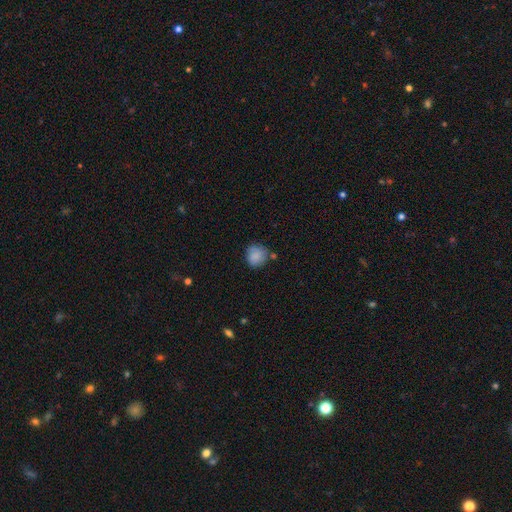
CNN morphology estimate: Smooth or featured: smooth — 81% (featured or disk — 10%)
How rounded: round — 82% (in between — 17%)
Merging: none — 63% (minor disturbance — 24%)